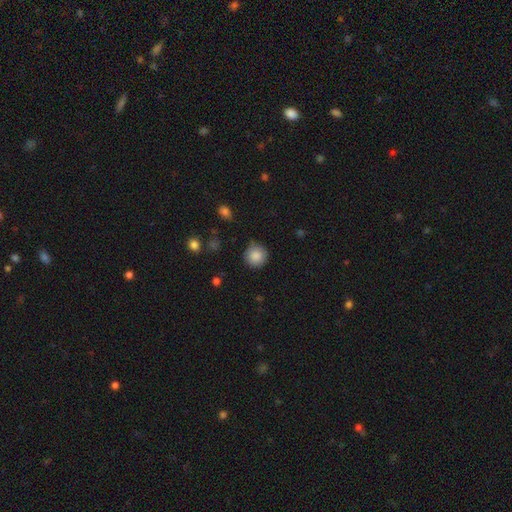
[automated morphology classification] A smooth galaxy with no disk features (87%) that is round (94%).

Vote fractions:
- Smooth or featured? smooth: 87% / star or artifact: 9% / featured or disk: 5%
- How rounded? round: 94% / in between: 6% / cigar-shaped: 1%
- Merging? none: 83% / minor disturbance: 13% / major disturbance: 3% / merger: 1%